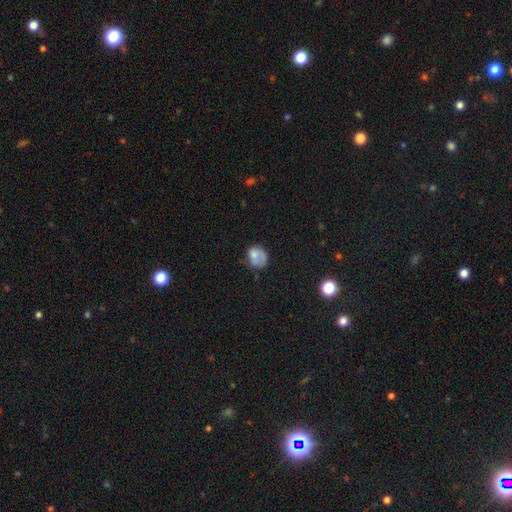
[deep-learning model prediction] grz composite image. It shows a smooth galaxy with no disk features (68%) that is round (53%). Merging: none (41%).